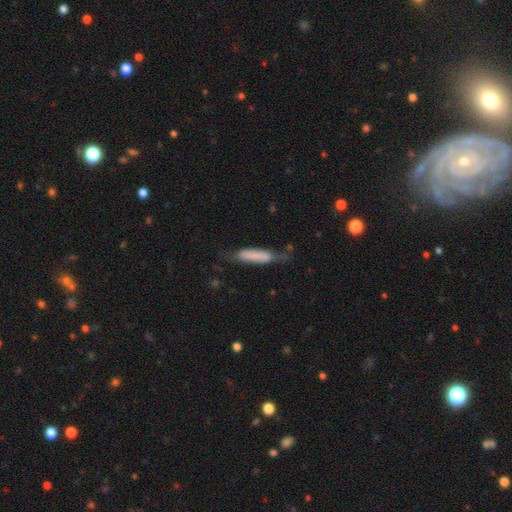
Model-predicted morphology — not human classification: The model was most divided on "merging": none: 49%, minor disturbance: 32%, major disturbance: 16%, merger: 4%. More confident: how rounded — cigar-shaped (75%); smooth or featured — smooth (69%).